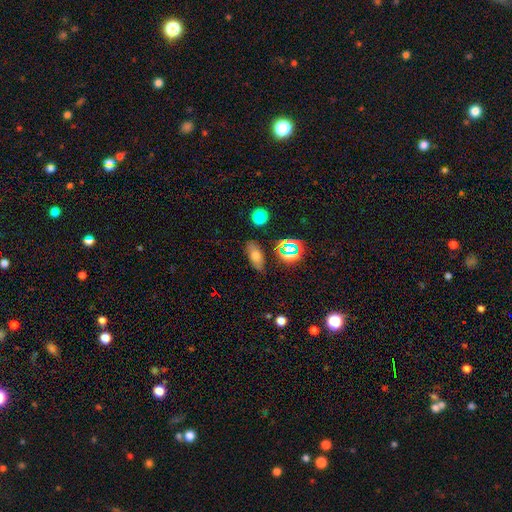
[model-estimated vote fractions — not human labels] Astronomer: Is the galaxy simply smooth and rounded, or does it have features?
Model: smooth — 58%.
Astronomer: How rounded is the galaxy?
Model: in between — 72%.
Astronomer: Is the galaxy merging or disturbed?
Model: none — 79%.